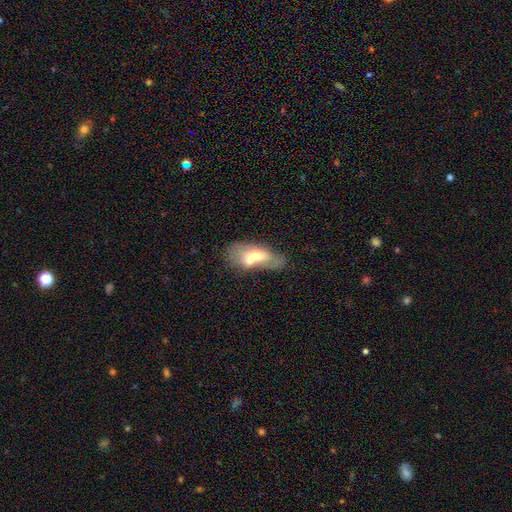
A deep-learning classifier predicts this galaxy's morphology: smooth 50%, featured or disk 42%, star or artifact 8%. Down the decision tree: how rounded — in between (82%); merging — merger (37%).